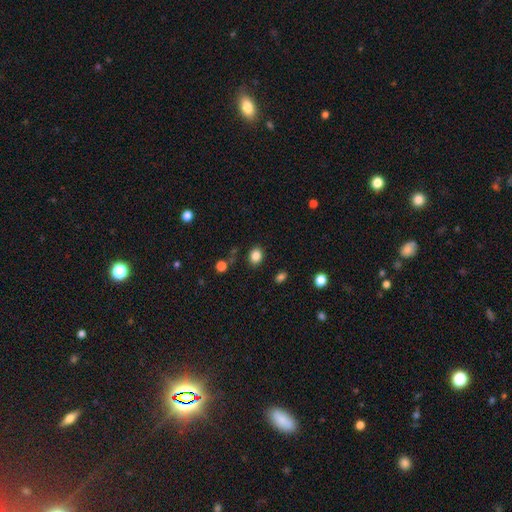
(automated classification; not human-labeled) smooth-or-featured: smooth: 84% | star or artifact: 11% | featured or disk: 4%
  how-rounded: round: 56% | in between: 43% | cigar-shaped: 1%
  merging: none: 84% | minor disturbance: 10% | merger: 3% | major disturbance: 3%